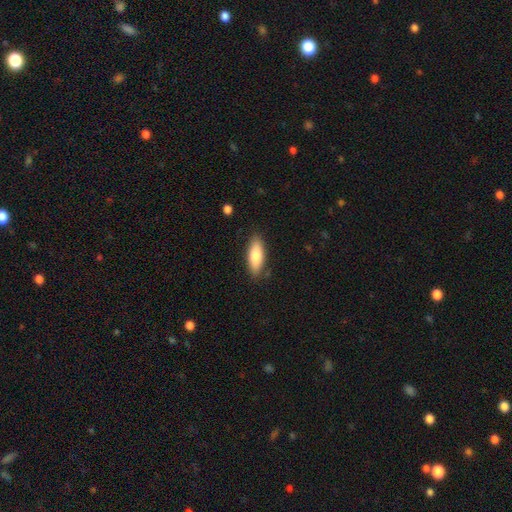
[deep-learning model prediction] Smooth or featured? smooth (79%)
How rounded? in between (68%)
Merging? none (85%)